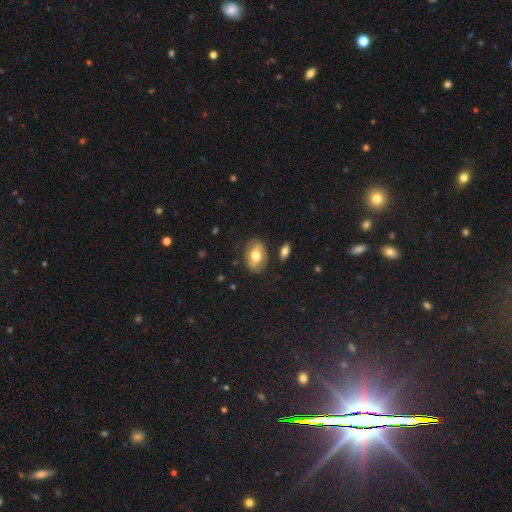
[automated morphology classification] Smooth or featured? Predicted: smooth (p=0.57). How rounded? Predicted: in between (p=0.85). Merging? Predicted: none (p=0.77).